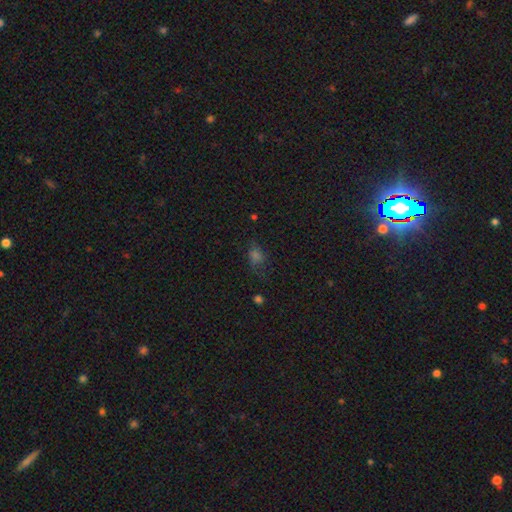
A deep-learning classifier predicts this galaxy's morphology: smooth 59%, star or artifact 31%, featured or disk 10%. Down the decision tree: how rounded — in between (58%); merging — none (60%).